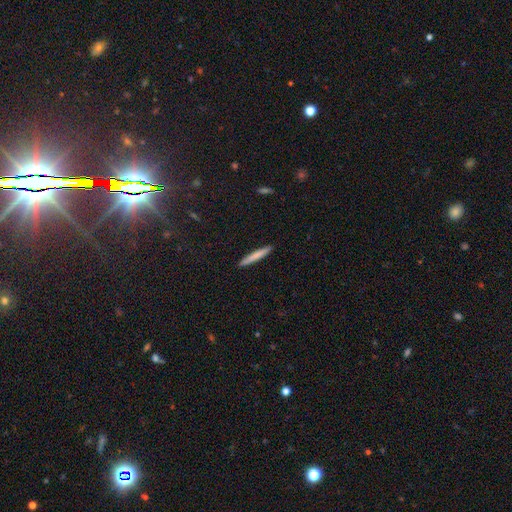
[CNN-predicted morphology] A smooth galaxy with no disk features (76%) that is cigar-shaped (96%).

Vote fractions:
- Smooth or featured? smooth: 76% / featured or disk: 19% / star or artifact: 6%
- How rounded? cigar-shaped: 96% / in between: 3% / round: 1%
- Merging? none: 92% / minor disturbance: 6% / major disturbance: 1% / merger: 1%